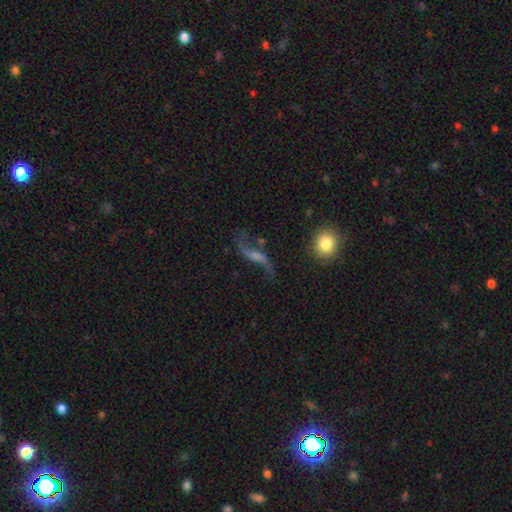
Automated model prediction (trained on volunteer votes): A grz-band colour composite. It shows a featured or disk galaxy (82%) with a weak bar (39%), 2 (92%) loose (93%) spiral arms (93%) and a small central bulge (41%). Merging: none (65%).